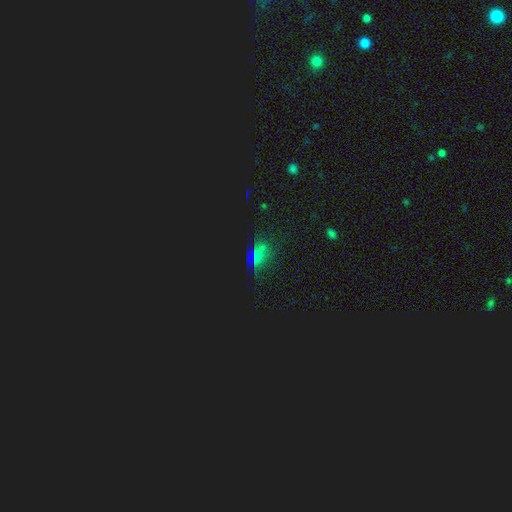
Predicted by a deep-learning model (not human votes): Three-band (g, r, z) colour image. It shows a star or artifact, not a galaxy (63%).